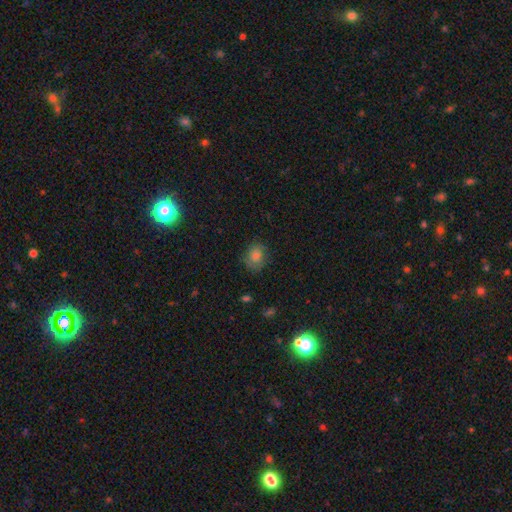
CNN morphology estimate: Smooth or featured? Predicted: smooth (p=0.77). How rounded? Predicted: round (p=0.51). Merging? Predicted: none (p=0.77).